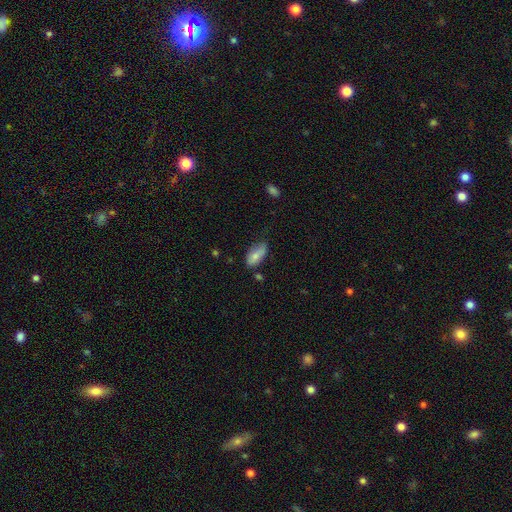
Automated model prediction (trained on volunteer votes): This is likely a smooth galaxy (73%). How rounded: clearly in between (87%). Merging: possibly none (57%).